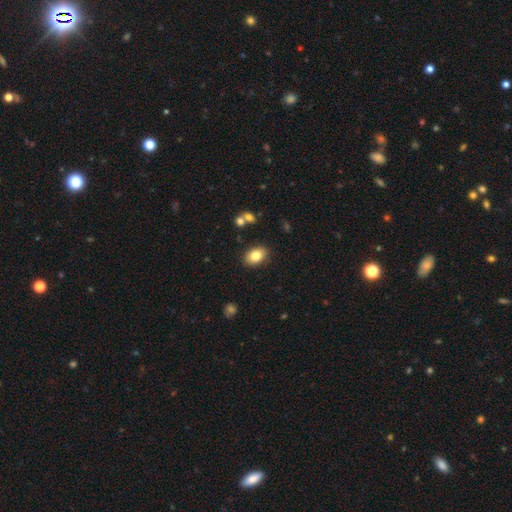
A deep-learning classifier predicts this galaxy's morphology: Smooth or featured? smooth (82%)
How rounded? in between (80%)
Merging? none (86%)